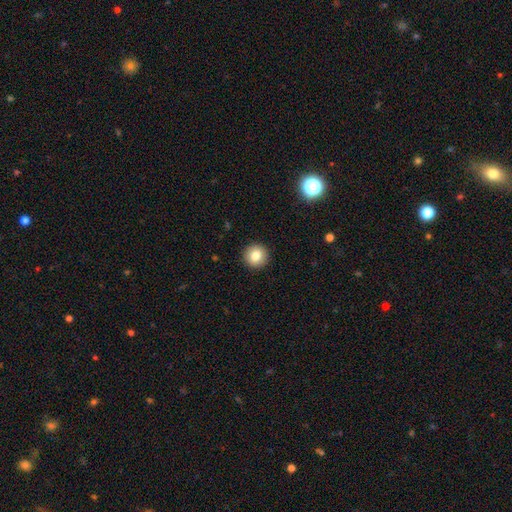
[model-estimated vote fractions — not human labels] Q: Smooth or featured?
A: smooth (82%); runner-up: star or artifact (9%)
Q: How rounded?
A: round (95%); runner-up: in between (4%)
Q: Merging?
A: none (93%); runner-up: minor disturbance (5%)